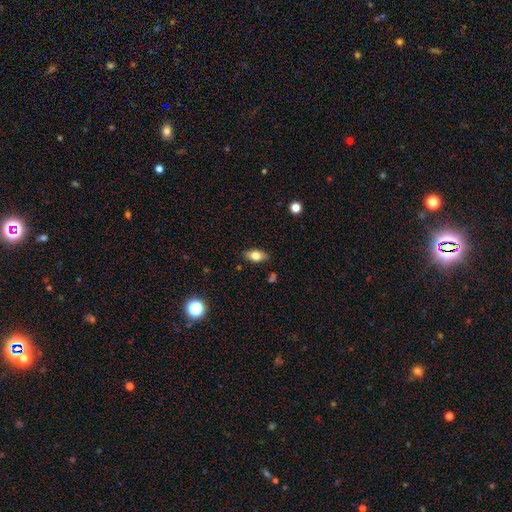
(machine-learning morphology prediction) smooth 76%, featured or disk 15%, star or artifact 9%. Down the decision tree: how rounded — in between (87%); merging — none (85%).